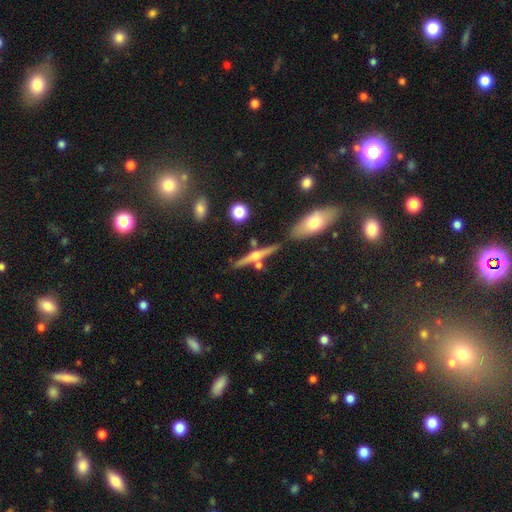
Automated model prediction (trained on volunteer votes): Morphology: type=featured or disk (70%); edge-on=yes (96%); edge-on bulge=rounded (90%); merging=none (73%).